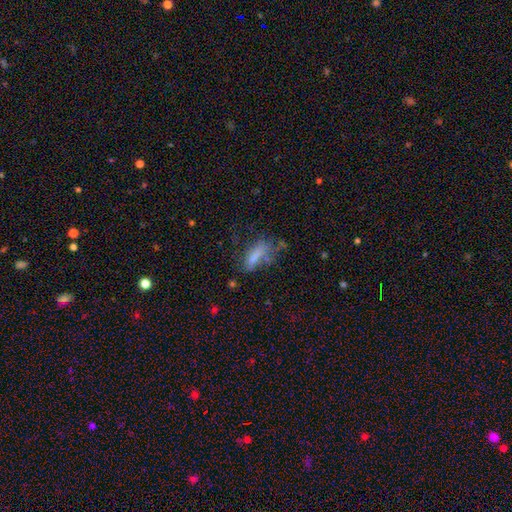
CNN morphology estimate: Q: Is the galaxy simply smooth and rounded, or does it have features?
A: smooth — 67%.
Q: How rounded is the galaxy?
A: in between — 62%.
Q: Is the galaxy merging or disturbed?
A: none — 39%.